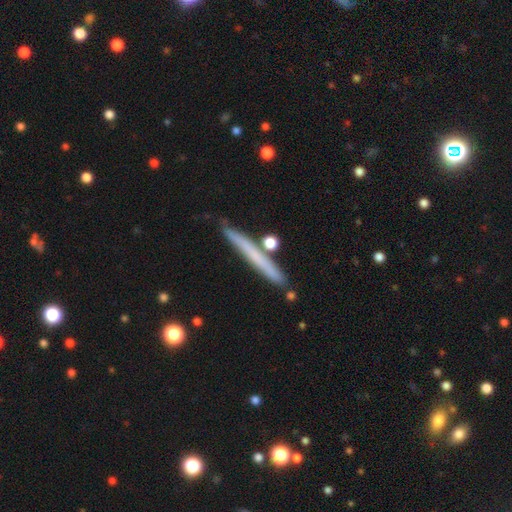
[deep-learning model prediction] Smooth or featured? Predicted: smooth (p=0.53). How rounded? Predicted: cigar-shaped (p=0.97). Merging? Predicted: none (p=0.84).